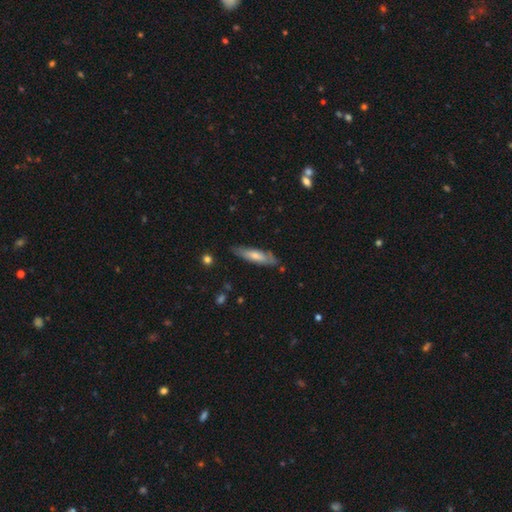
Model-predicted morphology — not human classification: Overall: smooth (58%; featured or disk 37%). How rounded: cigar-shaped (68%; in between 31%). Merging: none (77%).